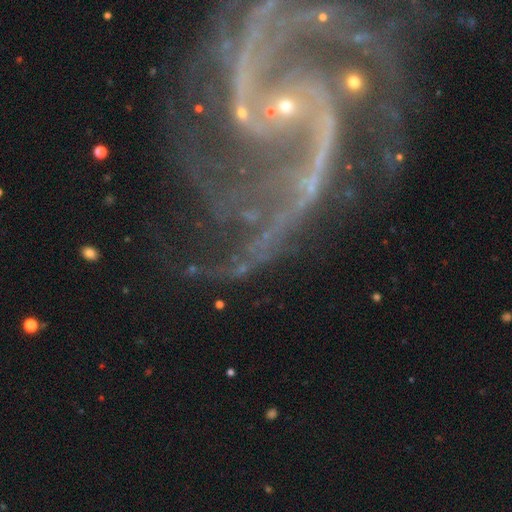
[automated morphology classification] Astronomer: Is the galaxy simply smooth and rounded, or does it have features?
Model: featured or disk — 89%.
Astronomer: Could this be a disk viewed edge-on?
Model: no — 98%.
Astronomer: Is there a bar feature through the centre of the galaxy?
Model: no — 43% (runner-up: weak, 33%).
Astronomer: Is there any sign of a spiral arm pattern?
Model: yes — 97%.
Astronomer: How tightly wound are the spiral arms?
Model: medium — 45% (runner-up: loose, 38%).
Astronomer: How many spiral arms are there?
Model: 2 — 68%.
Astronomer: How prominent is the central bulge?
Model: small — 82%.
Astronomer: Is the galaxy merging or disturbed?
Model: none — 56%.